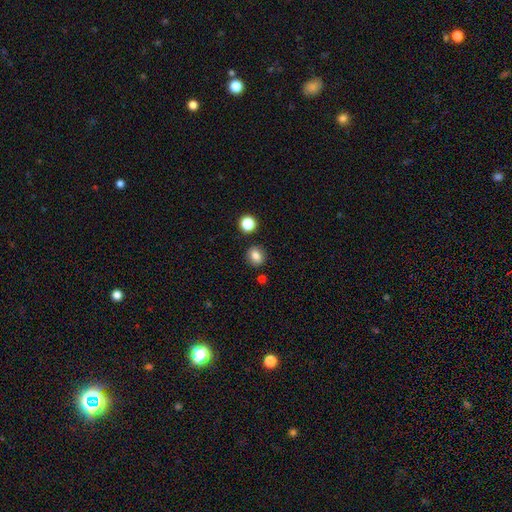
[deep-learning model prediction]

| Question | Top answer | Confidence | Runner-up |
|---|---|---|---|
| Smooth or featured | smooth | 81% | star or artifact (12%) |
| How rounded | round | 68% | in between (31%) |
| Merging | none | 85% | minor disturbance (8%) |